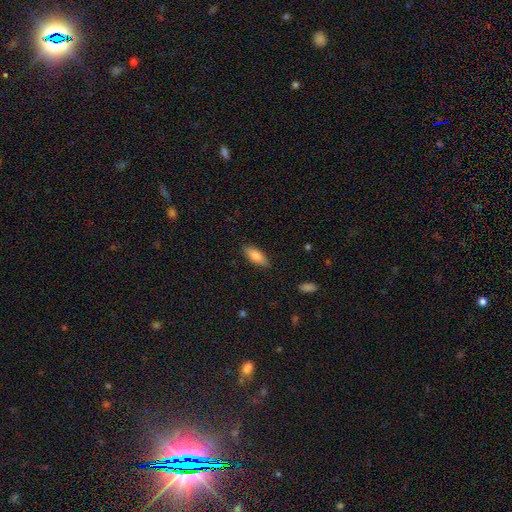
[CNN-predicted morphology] The model was most divided on "how rounded": in between: 76%, cigar-shaped: 22%, round: 2%. More confident: merging — none (85%); smooth or featured — smooth (82%).